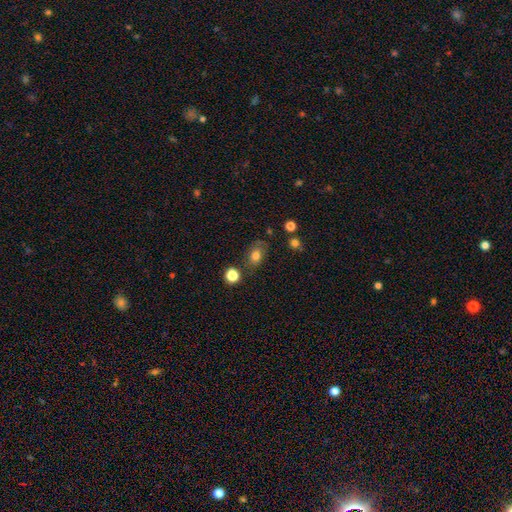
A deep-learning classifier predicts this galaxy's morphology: A smooth galaxy with no disk features (79%) that is in between round and cigar-shaped (63%).

Vote fractions:
- Smooth or featured? smooth: 79% / star or artifact: 12% / featured or disk: 10%
- How rounded? in between: 63% / round: 35% / cigar-shaped: 1%
- Merging? none: 66% / minor disturbance: 22% / major disturbance: 7% / merger: 5%